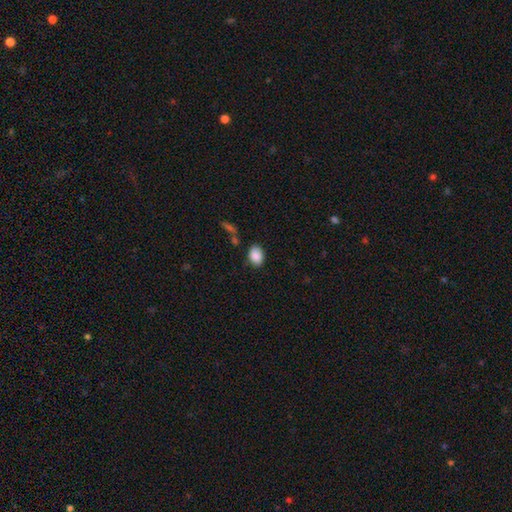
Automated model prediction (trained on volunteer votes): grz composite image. It shows a smooth galaxy with no disk features (88%) that is in between round and cigar-shaped (79%). Merging: none (82%).